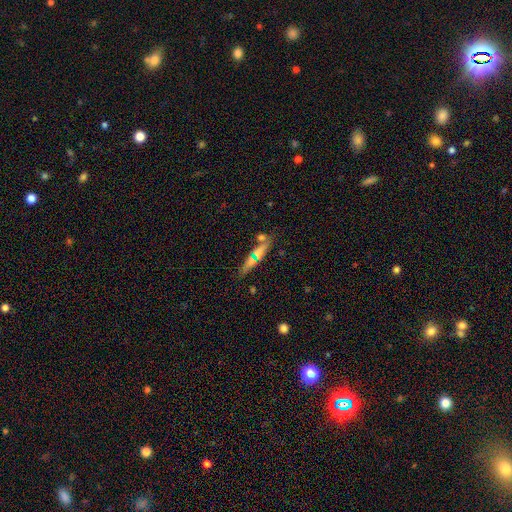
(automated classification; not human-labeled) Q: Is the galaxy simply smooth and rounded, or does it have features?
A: smooth — 55%.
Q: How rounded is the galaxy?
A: cigar-shaped — 74%.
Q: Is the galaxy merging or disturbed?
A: none — 78%.